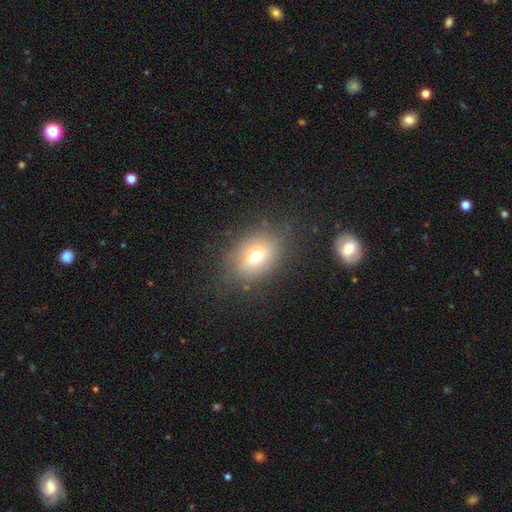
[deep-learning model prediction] smooth-or-featured: smooth: 65% | featured or disk: 21% | star or artifact: 14%
  how-rounded: in between: 69% | round: 28% | cigar-shaped: 2%
  merging: none: 73% | minor disturbance: 17% | major disturbance: 7% | merger: 3%